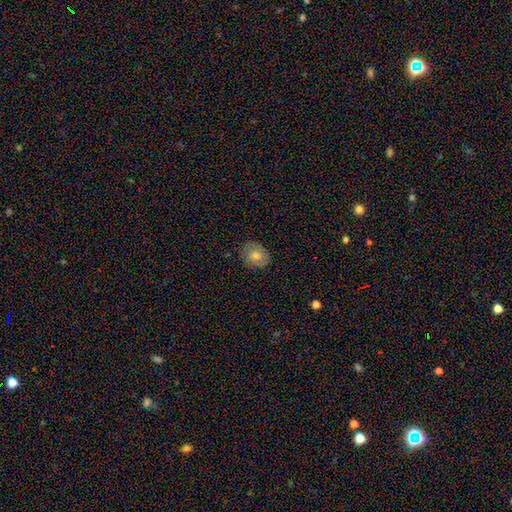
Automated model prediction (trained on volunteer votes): This appears to be a smooth galaxy with no disk features (54%) that is round (55%). Merging: none (83%).